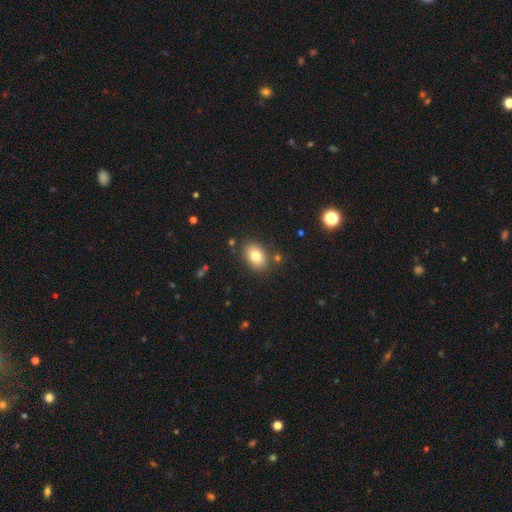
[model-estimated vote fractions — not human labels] smooth_or_featured: smooth (p=0.79) [alt: featured or disk p=0.11]
how_rounded: in between (p=0.78) [alt: round p=0.21]
merging: none (p=0.85) [alt: minor disturbance p=0.10]